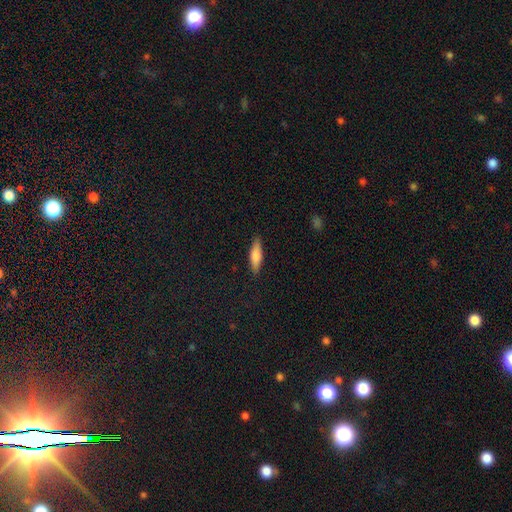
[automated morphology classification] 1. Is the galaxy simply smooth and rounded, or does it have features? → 73% smooth, 20% featured or disk, 6% star or artifact.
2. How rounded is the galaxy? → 60% cigar-shaped, 38% in between, 2% round.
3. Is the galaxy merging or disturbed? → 87% none, 10% minor disturbance, 2% major disturbance, 1% merger.